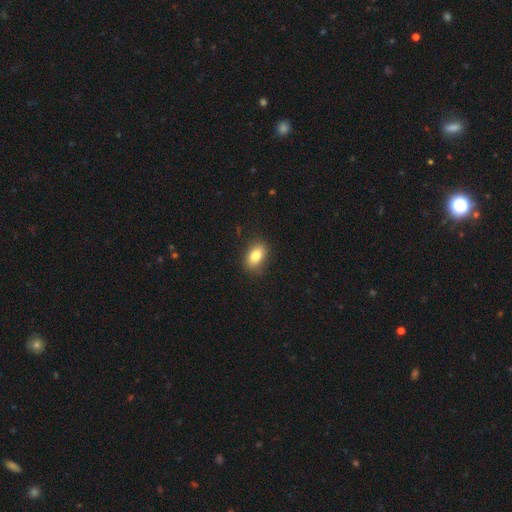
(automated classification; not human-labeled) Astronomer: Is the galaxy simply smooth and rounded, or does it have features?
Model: smooth — 81%.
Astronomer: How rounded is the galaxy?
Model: in between — 82%.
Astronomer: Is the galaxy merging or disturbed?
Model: none — 85%.